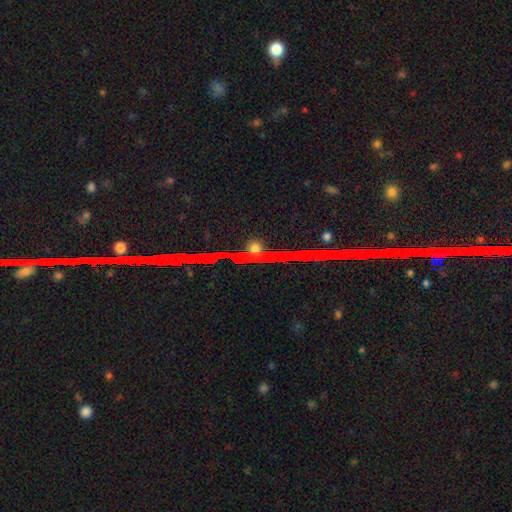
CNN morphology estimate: Smooth or featured: star or artifact — 83% (featured or disk — 10%)